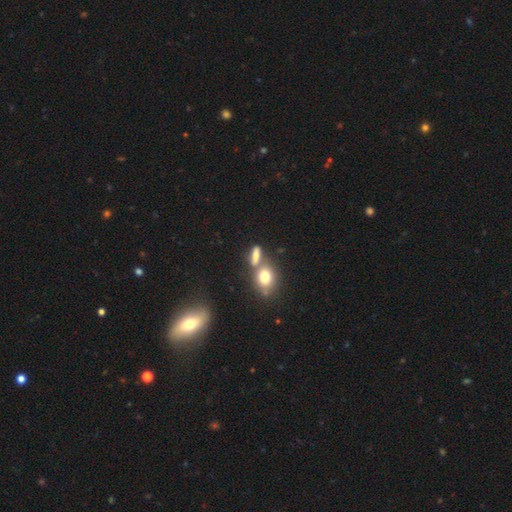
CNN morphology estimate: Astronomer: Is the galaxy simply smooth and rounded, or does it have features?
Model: smooth — 70%.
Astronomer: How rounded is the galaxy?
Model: in between — 53%.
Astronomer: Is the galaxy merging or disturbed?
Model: none — 51% (runner-up: merger, 33%).